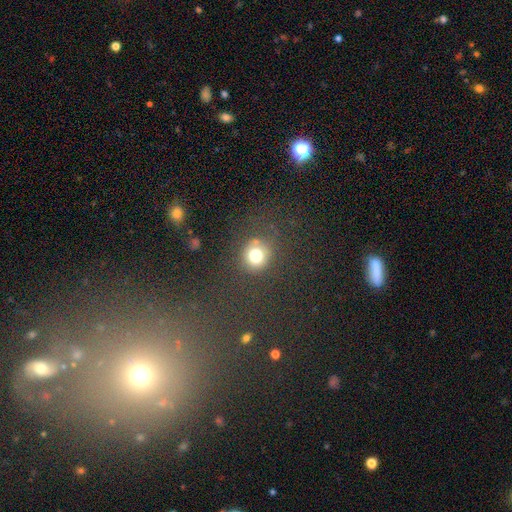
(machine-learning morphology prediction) This is likely a smooth galaxy (77%). How rounded: clearly round (85%). Merging: likely none (79%).